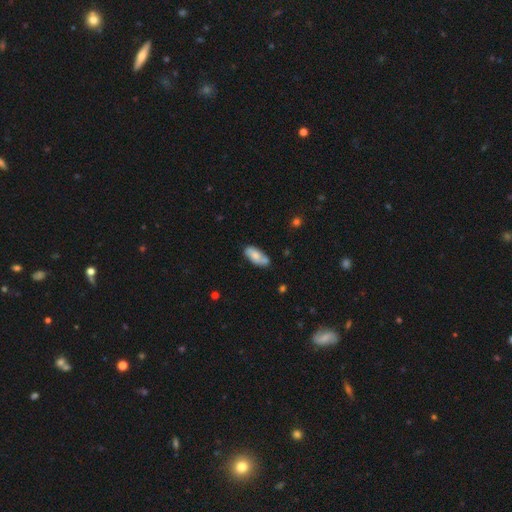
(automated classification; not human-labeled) This appears to be a smooth galaxy with no disk features (61%) that is in between round and cigar-shaped (85%). Merging: none (65%).